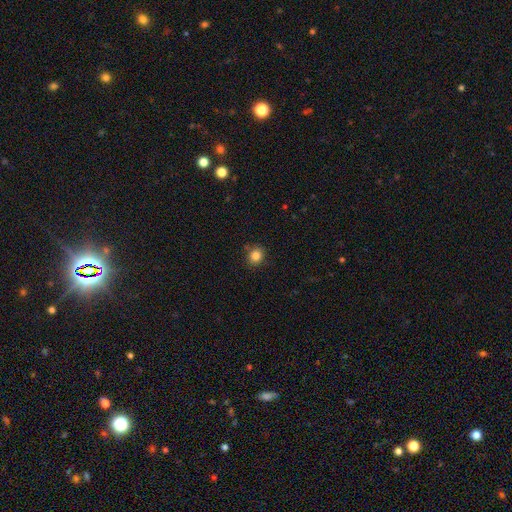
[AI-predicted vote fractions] smooth 84%, star or artifact 11%, featured or disk 5%. Down the decision tree: how rounded — round (76%); merging — none (84%).